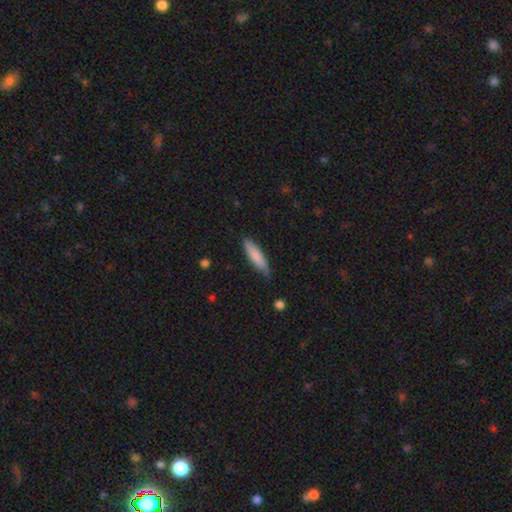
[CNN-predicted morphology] This is clearly a smooth galaxy (82%). How rounded: likely cigar-shaped (69%). Merging: likely none (78%).